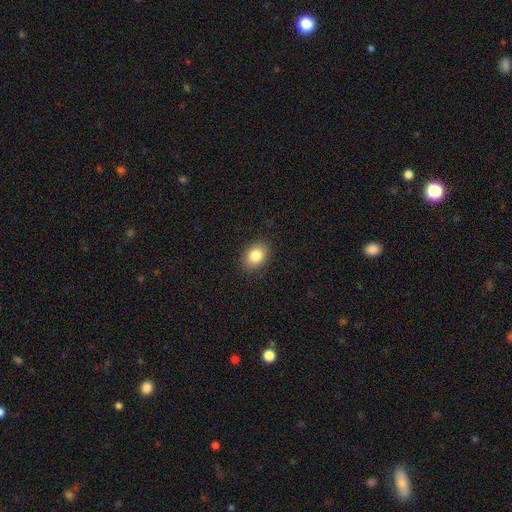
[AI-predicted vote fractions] The model was most divided on "how rounded": in between: 71%, round: 28%, cigar-shaped: 1%. More confident: merging — none (88%); smooth or featured — smooth (84%).